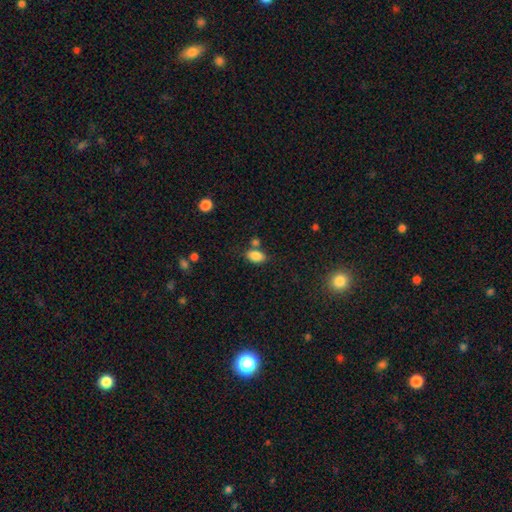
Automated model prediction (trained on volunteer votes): Smooth or featured?
  - smooth: 85% *
  - star or artifact: 9%
  - featured or disk: 6%
How rounded?
  - in between: 89% *
  - round: 9%
  - cigar-shaped: 3%
Merging?
  - none: 63% *
  - merger: 17%
  - minor disturbance: 15%
  - major disturbance: 5%